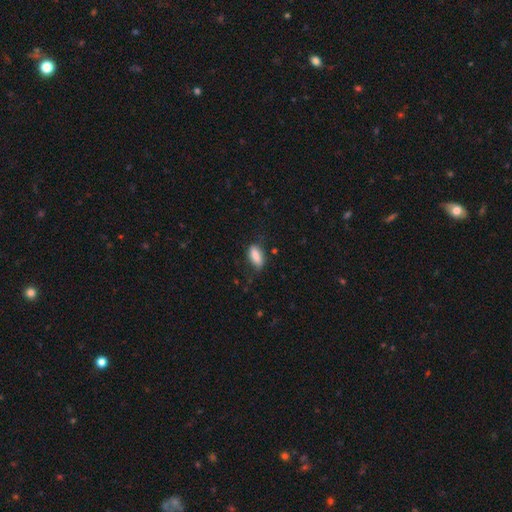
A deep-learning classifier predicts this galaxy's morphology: type=smooth (85%); roundness=in between (77%); merging=none (71%).